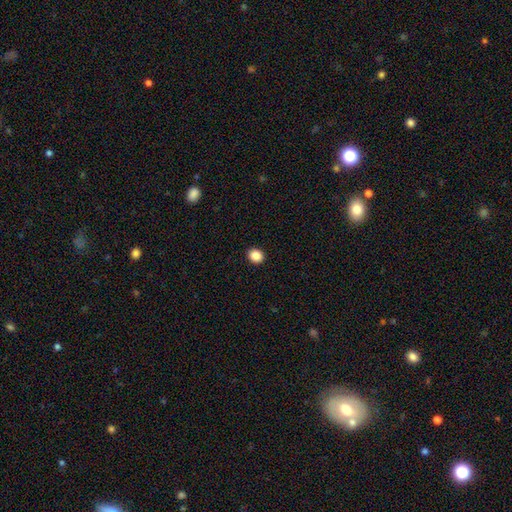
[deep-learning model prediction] A smooth galaxy with no disk features (86%) that is round (72%).

Vote fractions:
- Smooth or featured? smooth: 86% / star or artifact: 10% / featured or disk: 4%
- How rounded? round: 72% / in between: 27% / cigar-shaped: 1%
- Merging? none: 93% / minor disturbance: 5% / major disturbance: 1% / merger: 1%